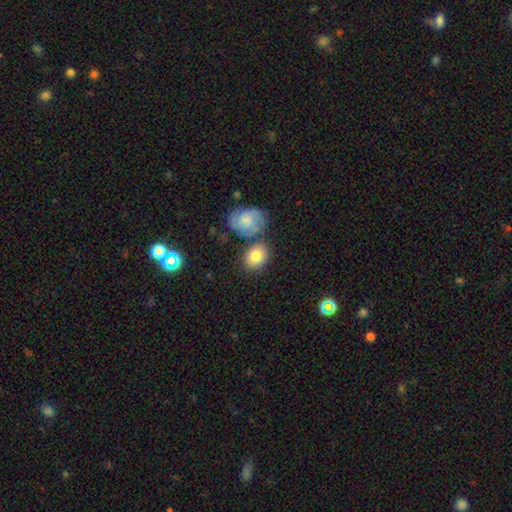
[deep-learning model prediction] This is likely a smooth galaxy (76%). How rounded: possibly in between (56%). Merging: likely none (66%).